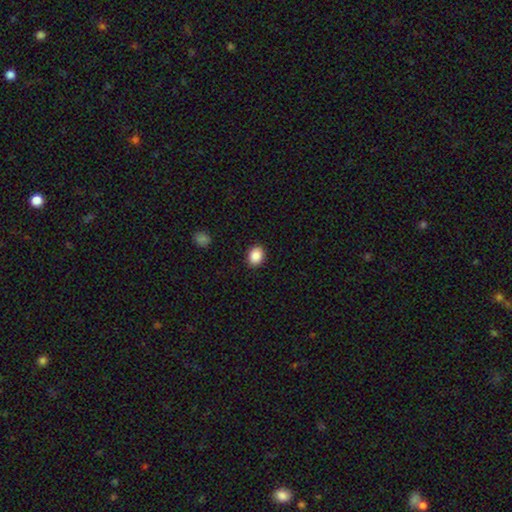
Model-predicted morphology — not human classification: A smooth galaxy with no disk features (88%) that is in between round and cigar-shaped (59%).

Vote fractions:
- Smooth or featured? smooth: 88% / star or artifact: 8% / featured or disk: 4%
- How rounded? in between: 59% / round: 40% / cigar-shaped: 1%
- Merging? none: 90% / minor disturbance: 7% / major disturbance: 2% / merger: 1%